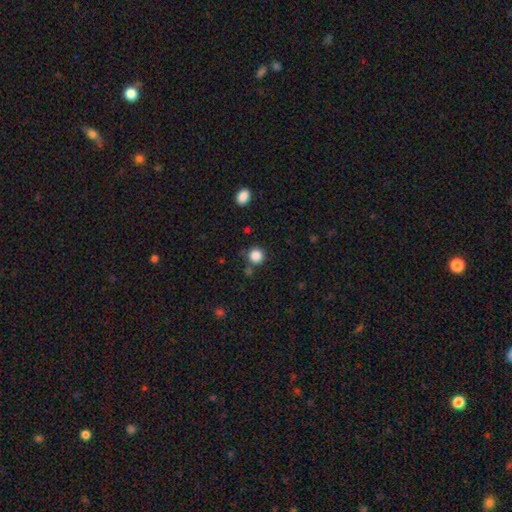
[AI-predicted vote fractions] Morphology: type=smooth (86%); roundness=round (92%); merging=none (81%).